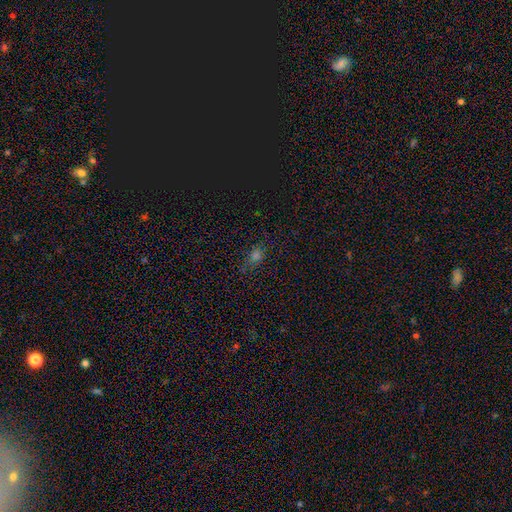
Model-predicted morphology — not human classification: smooth_or_featured: smooth (p=0.61) [alt: star or artifact p=0.30]
how_rounded: in between (p=0.55) [alt: round p=0.40]
merging: none (p=0.77) [alt: minor disturbance p=0.16]